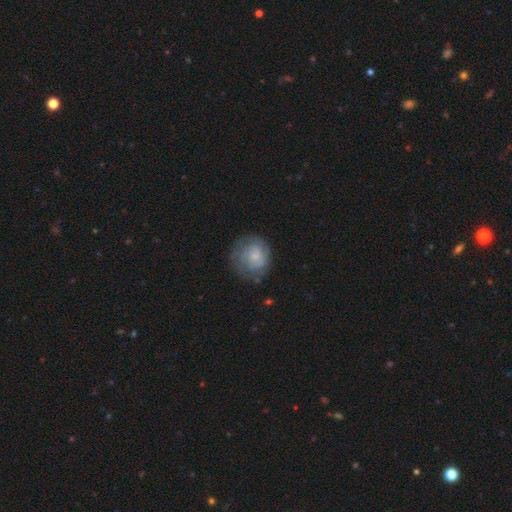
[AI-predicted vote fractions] Morphology: type=featured or disk (55%); edge-on=no (98%); bar=no (67%); spiral arms=yes (82%); bulge=small (50%); merging=none (68%).